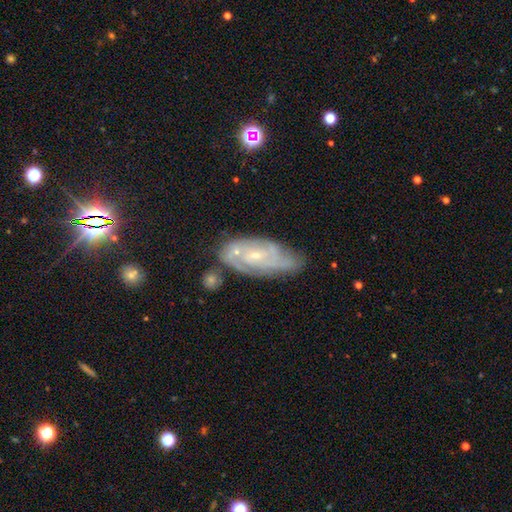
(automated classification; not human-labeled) Morphology: type=featured or disk (77%); edge-on=no (92%); bar=no (62%); spiral arms=yes (88%); winding=tight (57%); arm count=can't tell (41%); bulge=small (73%); merging=none (53%).